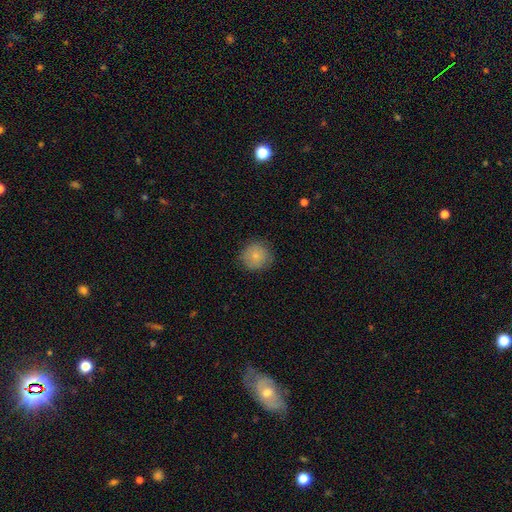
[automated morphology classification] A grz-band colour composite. It shows a smooth galaxy with no disk features (79%) that is round (92%). Merging: none (80%).